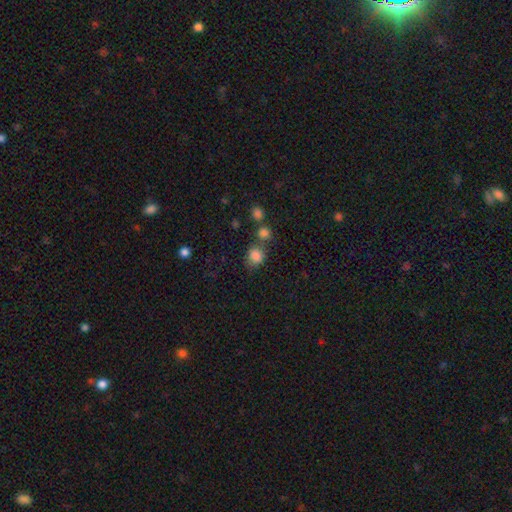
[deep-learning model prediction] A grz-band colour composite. It shows a smooth galaxy with no disk features (82%) that is round (69%). Merging: none (58%).